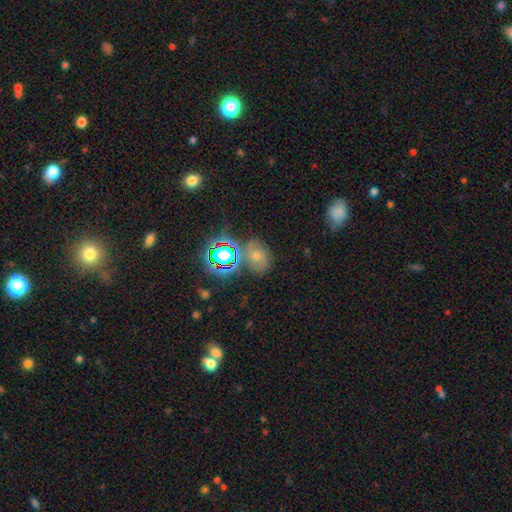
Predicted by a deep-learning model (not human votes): smooth-or-featured: star or artifact: 46% | smooth: 35% | featured or disk: 18%